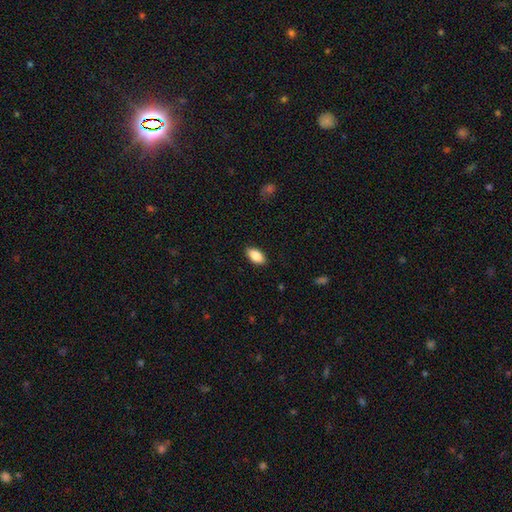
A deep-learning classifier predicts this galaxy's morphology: Smooth or featured: smooth — 87% (star or artifact — 7%)
How rounded: in between — 93% (cigar-shaped — 4%)
Merging: none — 87% (minor disturbance — 10%)